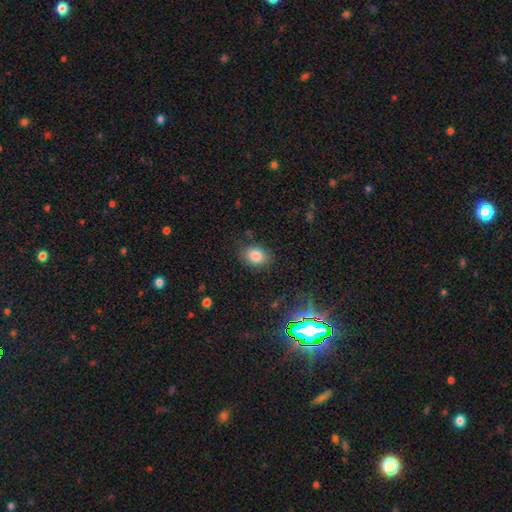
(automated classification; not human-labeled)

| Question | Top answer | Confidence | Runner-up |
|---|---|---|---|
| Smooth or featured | smooth | 84% | star or artifact (10%) |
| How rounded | in between | 70% | round (29%) |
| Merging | none | 78% | minor disturbance (16%) |